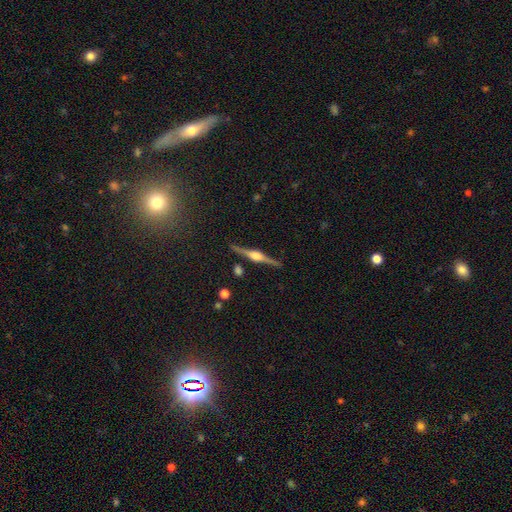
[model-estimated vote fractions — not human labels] featured or disk 86%, smooth 8%, star or artifact 6%. Down the decision tree: edge-on disk — yes (98%); edge-on bulge — rounded (84%); merging — none (89%).